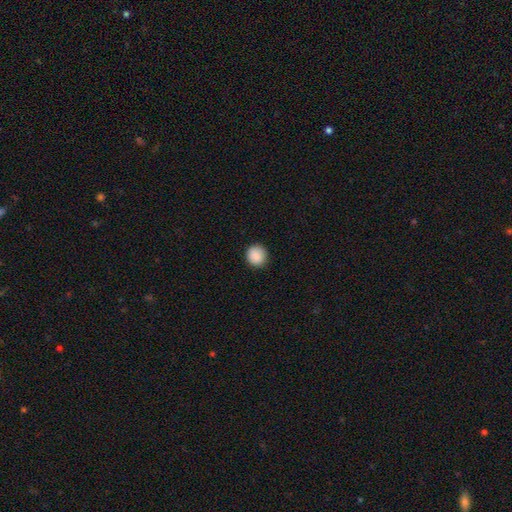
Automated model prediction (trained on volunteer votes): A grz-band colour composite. It shows a smooth galaxy with no disk features (90%) that is round (89%). Merging: none (90%).